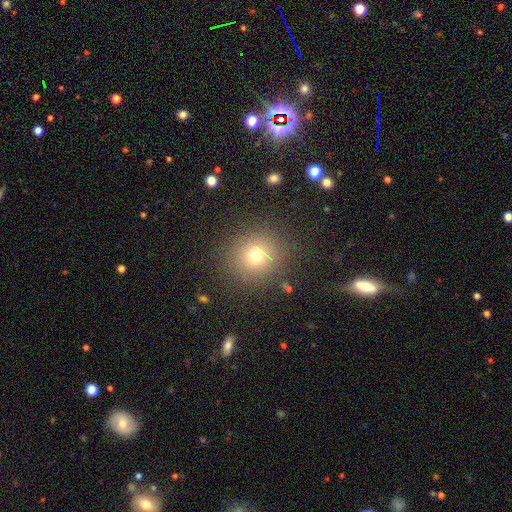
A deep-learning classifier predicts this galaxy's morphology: smooth 72%, star or artifact 17%, featured or disk 10%. Down the decision tree: how rounded — round (89%); merging — none (85%).